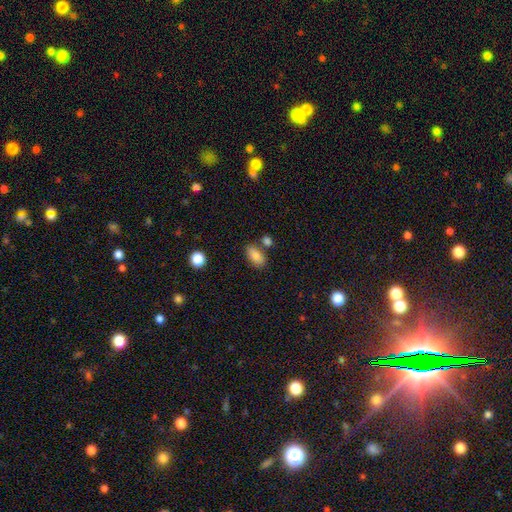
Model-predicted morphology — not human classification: Smooth or featured? Predicted: smooth (p=0.86). How rounded? Predicted: in between (p=0.92). Merging? Predicted: none (p=0.71).